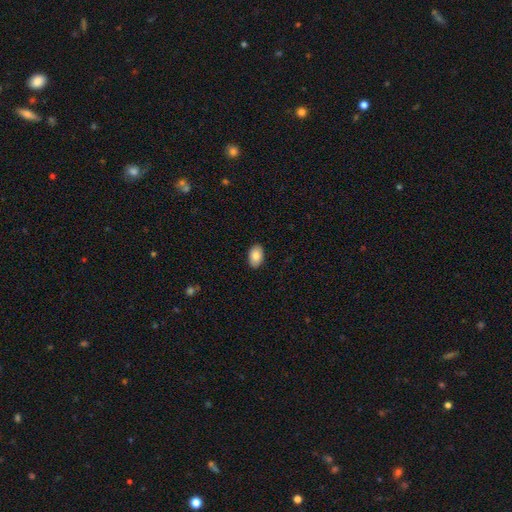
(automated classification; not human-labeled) A smooth galaxy with no disk features (84%) that is in between round and cigar-shaped (90%). Merging: none (89%).